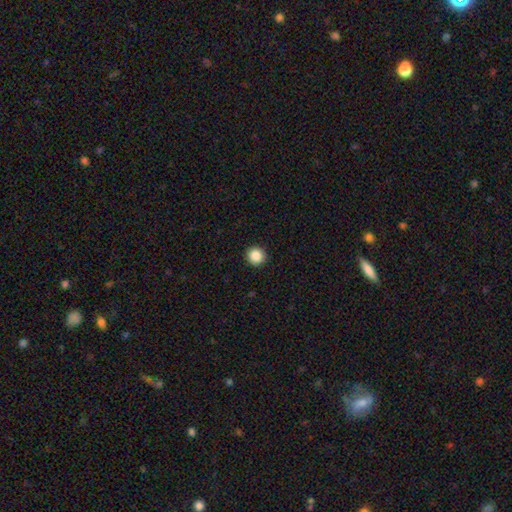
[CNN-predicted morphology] The model was most divided on "smooth or featured": smooth: 87%, star or artifact: 9%, featured or disk: 3%. More confident: how rounded — round (95%); merging — none (93%).